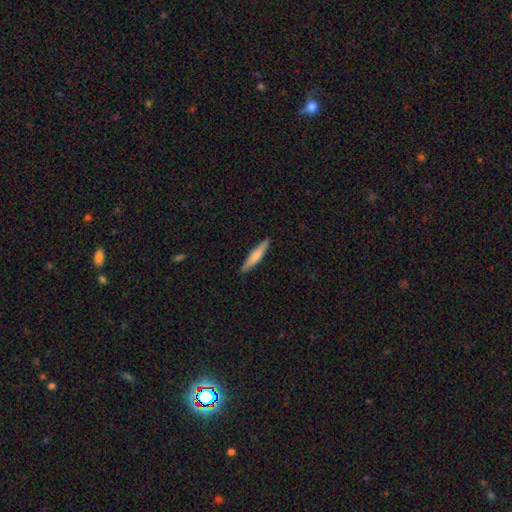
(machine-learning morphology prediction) smooth 73%, featured or disk 22%, star or artifact 5%. Down the decision tree: how rounded — cigar-shaped (90%); merging — none (90%).